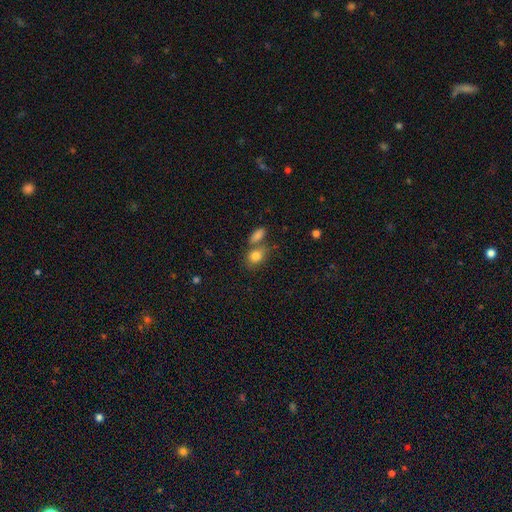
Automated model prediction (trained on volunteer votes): smooth-or-featured: smooth: 82% | star or artifact: 9% | featured or disk: 9%
  how-rounded: in between: 63% | round: 35% | cigar-shaped: 2%
  merging: none: 49% | merger: 32% | minor disturbance: 14% | major disturbance: 5%